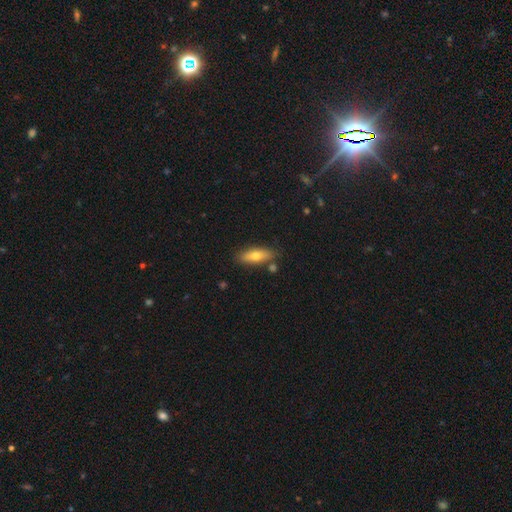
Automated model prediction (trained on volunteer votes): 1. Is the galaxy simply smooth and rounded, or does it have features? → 66% smooth, 27% featured or disk, 7% star or artifact.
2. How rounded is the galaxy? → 59% in between, 37% cigar-shaped, 3% round.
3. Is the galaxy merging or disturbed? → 81% none, 12% minor disturbance, 5% merger, 2% major disturbance.